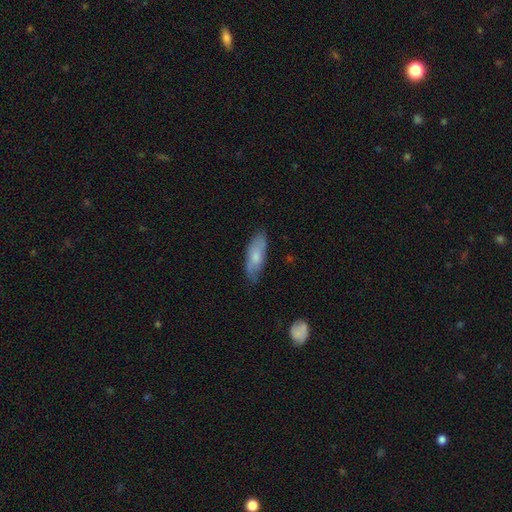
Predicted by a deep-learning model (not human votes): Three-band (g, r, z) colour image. It shows a smooth galaxy with no disk features (66%) that is in between round and cigar-shaped (71%). Merging: none (73%).